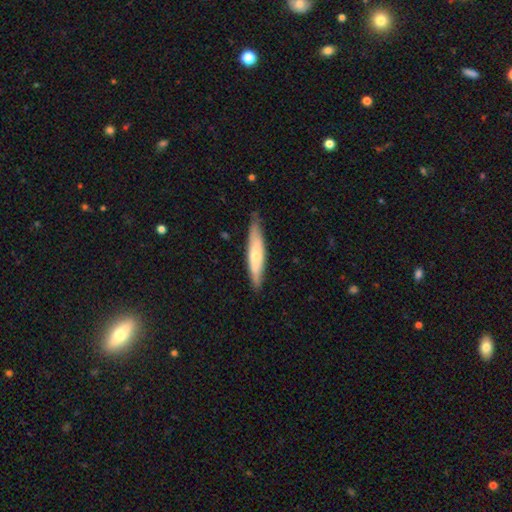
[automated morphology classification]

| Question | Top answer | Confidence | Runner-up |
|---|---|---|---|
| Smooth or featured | smooth | 52% | featured or disk (43%) |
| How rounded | cigar-shaped | 84% | in between (15%) |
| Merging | none | 82% | minor disturbance (15%) |